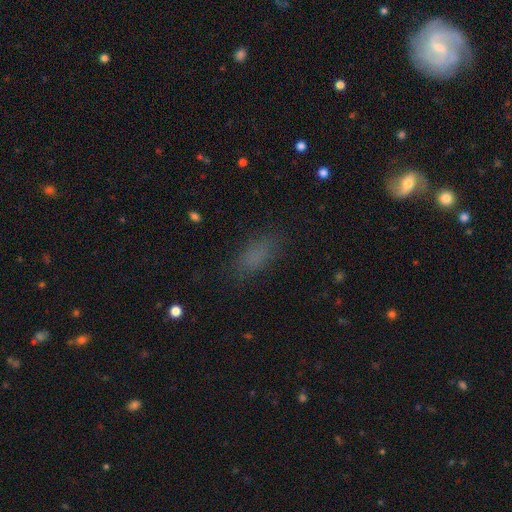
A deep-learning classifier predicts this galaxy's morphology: Overall: smooth (76%). How rounded: in between (81%). Merging: none (76%).